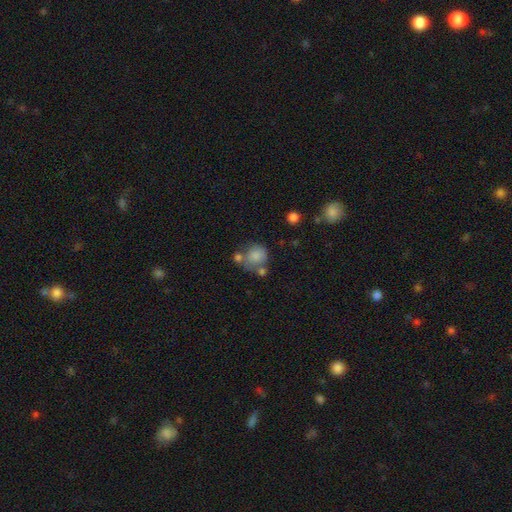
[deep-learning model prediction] Smooth or featured?
  - smooth: 79% *
  - featured or disk: 11%
  - star or artifact: 10%
How rounded?
  - round: 79% *
  - in between: 20%
  - cigar-shaped: 1%
Merging?
  - none: 46% *
  - merger: 24%
  - minor disturbance: 19%
  - major disturbance: 10%